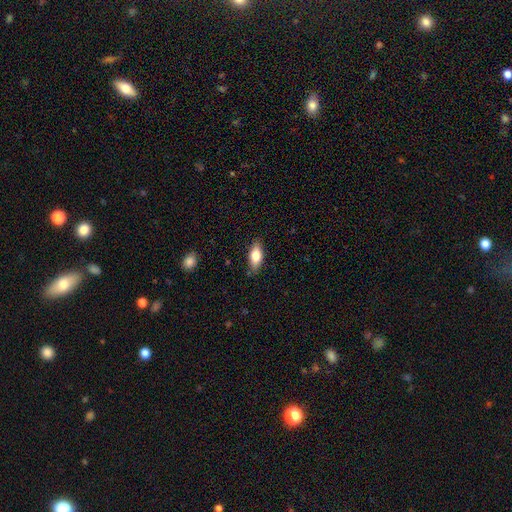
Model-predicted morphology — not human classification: Smooth or featured? smooth (79%)
How rounded? in between (84%)
Merging? none (83%)